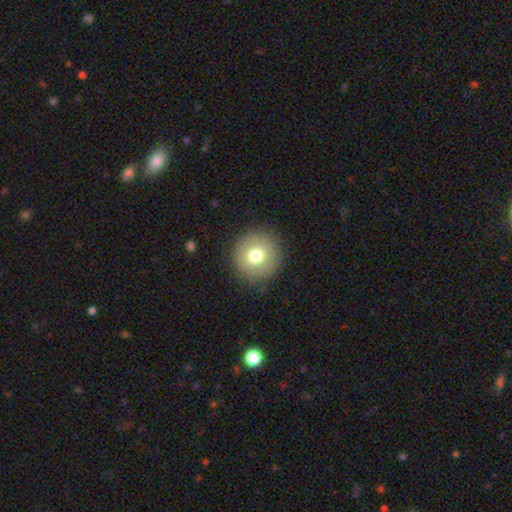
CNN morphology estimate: Smooth or featured? Predicted: smooth (p=0.76). How rounded? Predicted: round (p=0.95). Merging? Predicted: none (p=0.90).